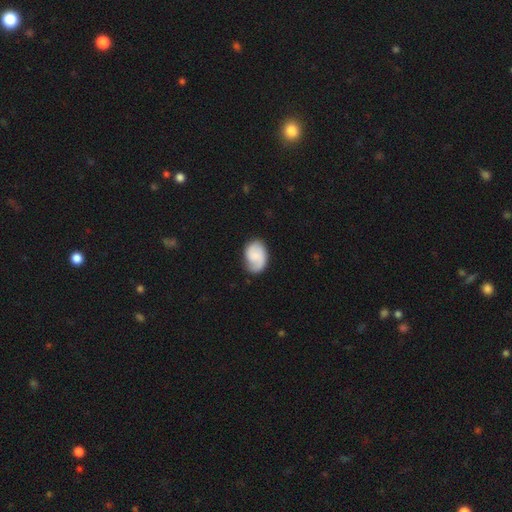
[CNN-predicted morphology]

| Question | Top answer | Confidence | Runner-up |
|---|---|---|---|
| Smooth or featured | smooth | 48% | featured or disk (45%) |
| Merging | none | 66% | minor disturbance (24%) |